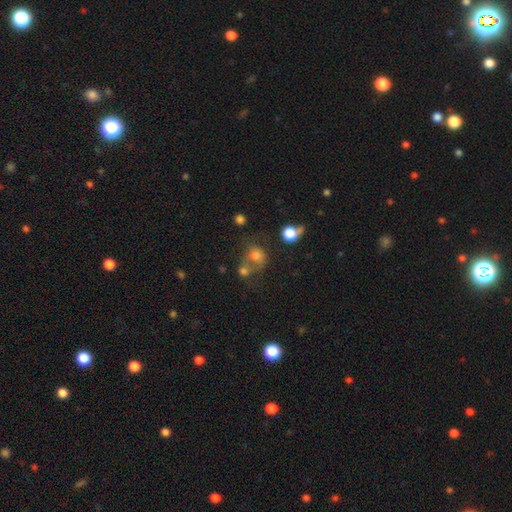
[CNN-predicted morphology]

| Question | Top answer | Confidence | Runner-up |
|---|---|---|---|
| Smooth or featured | smooth | 67% | star or artifact (19%) |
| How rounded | round | 73% | in between (26%) |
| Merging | none | 39% | merger (38%) |